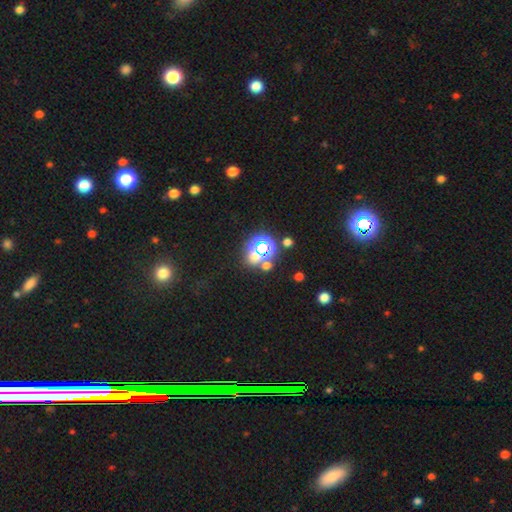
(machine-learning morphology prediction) smooth-or-featured: star or artifact: 60% | smooth: 30% | featured or disk: 10%